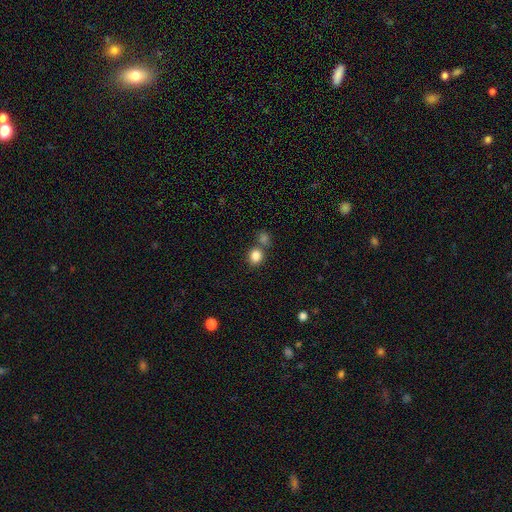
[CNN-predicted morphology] Smooth or featured? Predicted: smooth (p=0.85). How rounded? Predicted: round (p=0.70). Merging? Predicted: none (p=0.62).